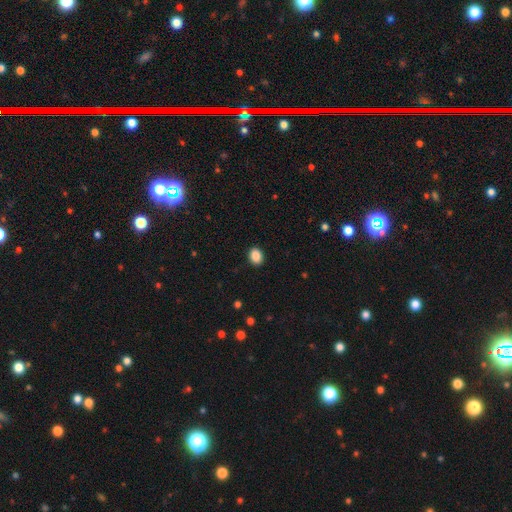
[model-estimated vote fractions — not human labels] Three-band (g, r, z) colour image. It shows a smooth galaxy with no disk features (89%) that is in between round and cigar-shaped (58%). Merging: none (91%).